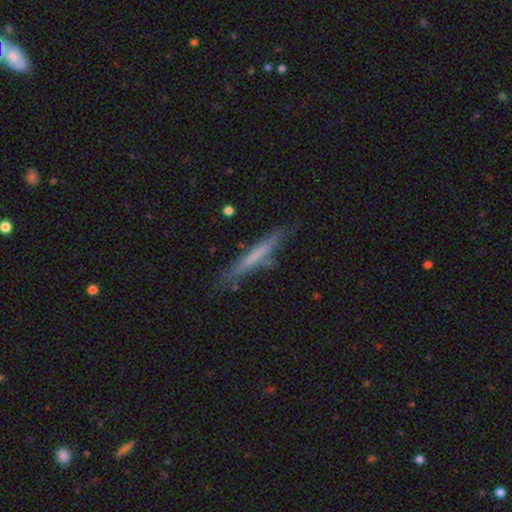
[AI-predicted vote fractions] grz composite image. It shows a smooth galaxy with no disk features (55%) that is cigar-shaped (95%). Merging: none (76%).